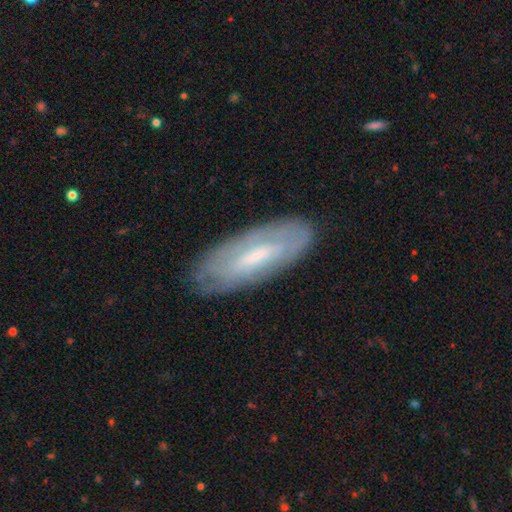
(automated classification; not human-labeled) smooth-or-featured: featured or disk: 52% | smooth: 41% | star or artifact: 7%
  disk-edge-on: no: 75% | yes: 25%
  merging: none: 80% | minor disturbance: 15% | major disturbance: 4% | merger: 1%